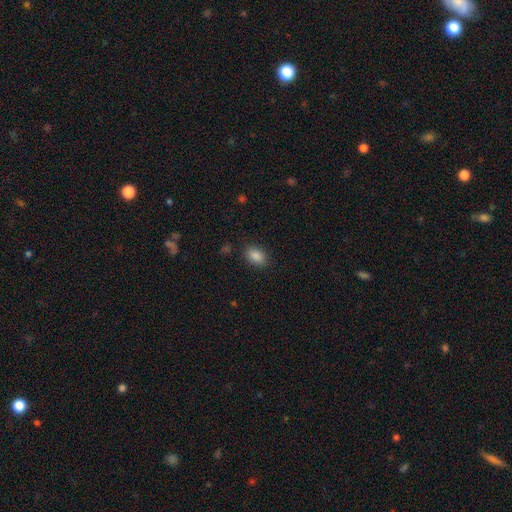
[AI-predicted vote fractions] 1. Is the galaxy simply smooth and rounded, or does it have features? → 86% smooth, 9% star or artifact, 5% featured or disk.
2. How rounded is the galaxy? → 86% in between, 13% round, 2% cigar-shaped.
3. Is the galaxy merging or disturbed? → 86% none, 10% minor disturbance, 3% major disturbance, 1% merger.